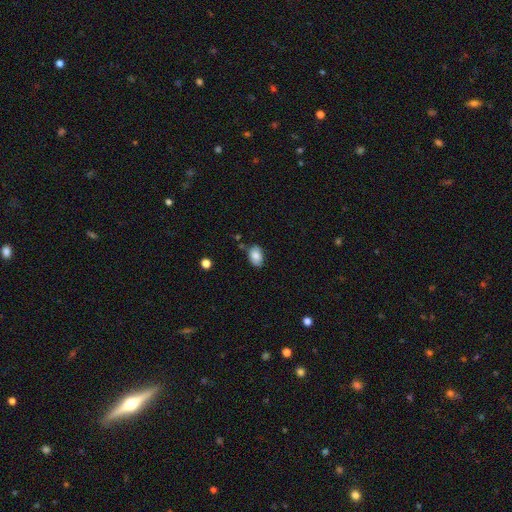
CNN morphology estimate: A smooth galaxy with no disk features (81%) that is in between round and cigar-shaped (85%).

Vote fractions:
- Smooth or featured? smooth: 81% / featured or disk: 11% / star or artifact: 8%
- How rounded? in between: 85% / round: 13% / cigar-shaped: 1%
- Merging? none: 74% / minor disturbance: 18% / merger: 4% / major disturbance: 3%